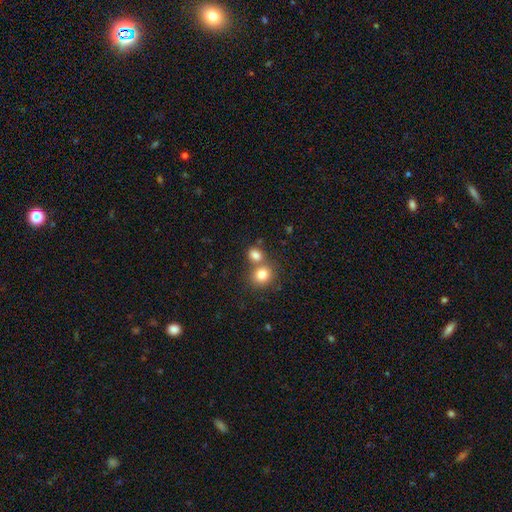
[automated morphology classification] The model was most divided on "merging": merger: 45%, none: 44%, minor disturbance: 8%, major disturbance: 3%. More confident: smooth or featured — smooth (81%); how rounded — round (59%).